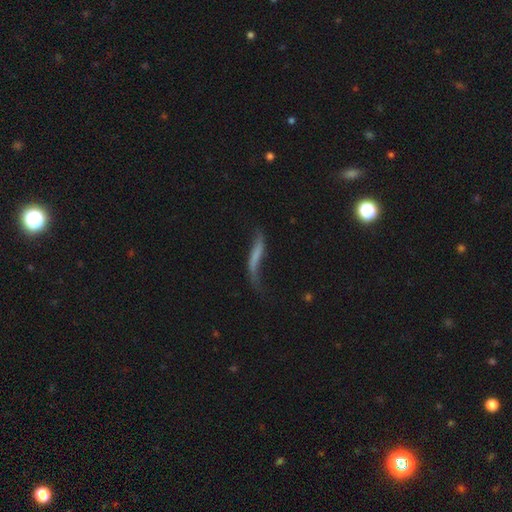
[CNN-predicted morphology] Smooth or featured? featured or disk (48%)
Merging? none (38%)